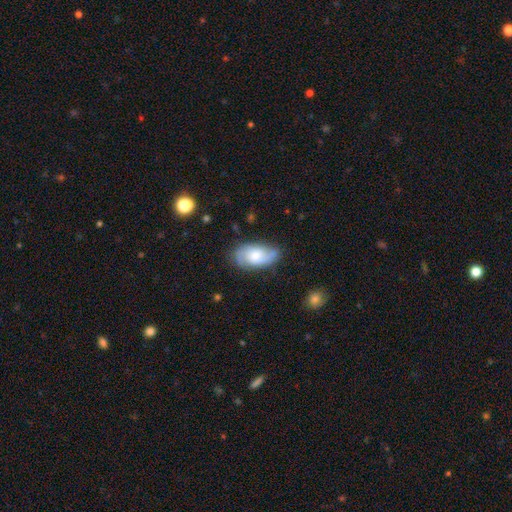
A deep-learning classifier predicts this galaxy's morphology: smooth-or-featured: smooth: 49% | featured or disk: 45% | star or artifact: 7%
  merging: none: 67% | minor disturbance: 24% | major disturbance: 7% | merger: 2%